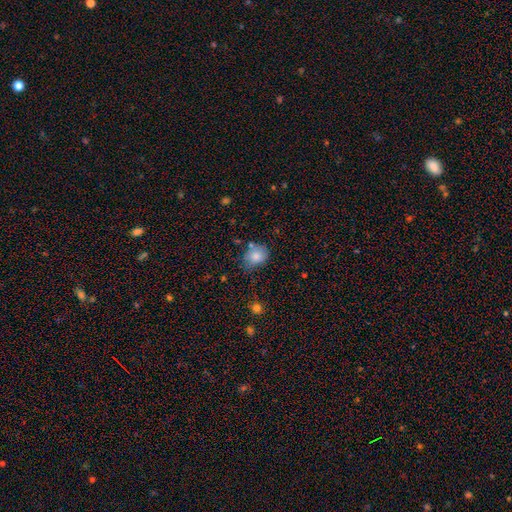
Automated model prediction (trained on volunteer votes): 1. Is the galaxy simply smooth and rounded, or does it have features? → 82% smooth, 9% star or artifact, 9% featured or disk.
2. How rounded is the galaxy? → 57% round, 42% in between, 1% cigar-shaped.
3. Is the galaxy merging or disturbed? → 62% none, 25% minor disturbance, 7% merger, 6% major disturbance.